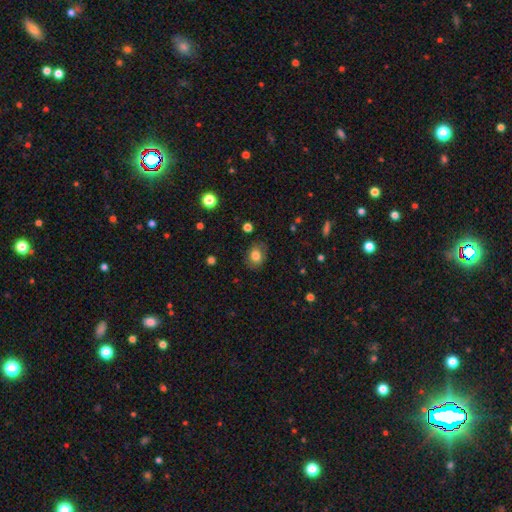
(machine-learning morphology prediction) Smooth or featured: smooth — 81% (star or artifact — 10%)
How rounded: in between — 52% (round — 47%)
Merging: none — 82% (minor disturbance — 14%)